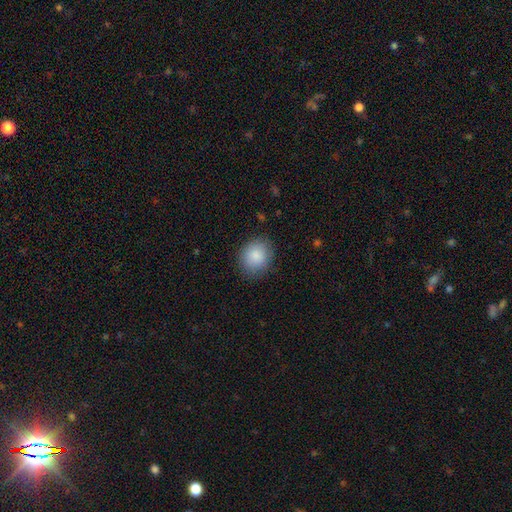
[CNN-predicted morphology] Smooth or featured: smooth — 87% (star or artifact — 7%)
How rounded: round — 69% (in between — 30%)
Merging: none — 85% (minor disturbance — 11%)